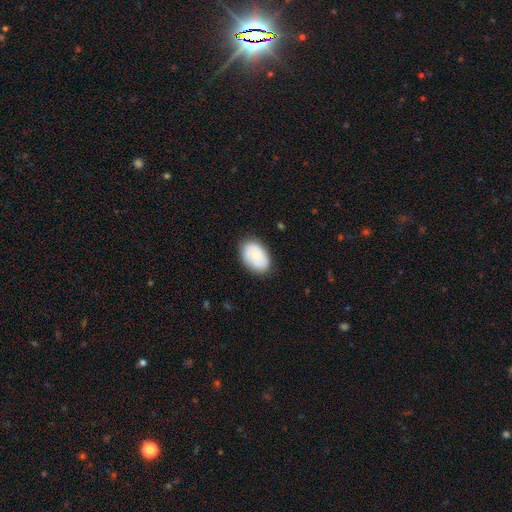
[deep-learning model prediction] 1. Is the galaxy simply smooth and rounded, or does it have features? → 62% smooth, 32% featured or disk, 6% star or artifact.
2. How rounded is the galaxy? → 85% in between, 14% round, 1% cigar-shaped.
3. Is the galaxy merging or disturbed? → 79% none, 16% minor disturbance, 4% major disturbance, 1% merger.